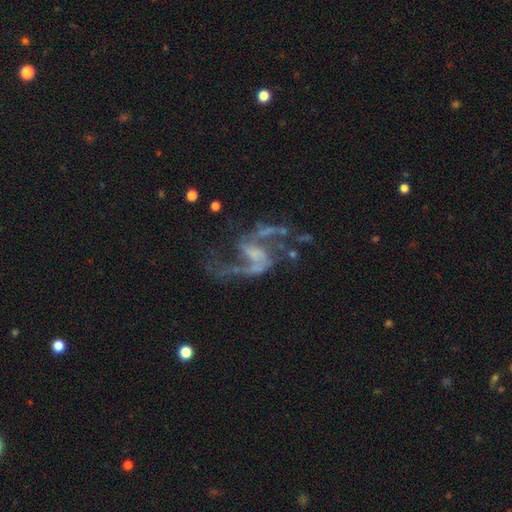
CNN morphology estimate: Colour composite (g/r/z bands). It shows a featured or disk galaxy (86%) with a weak bar (43%), 2 (85%) loose (68%) spiral arms (93%) and no central bulge (48%). Merging: none (49%).